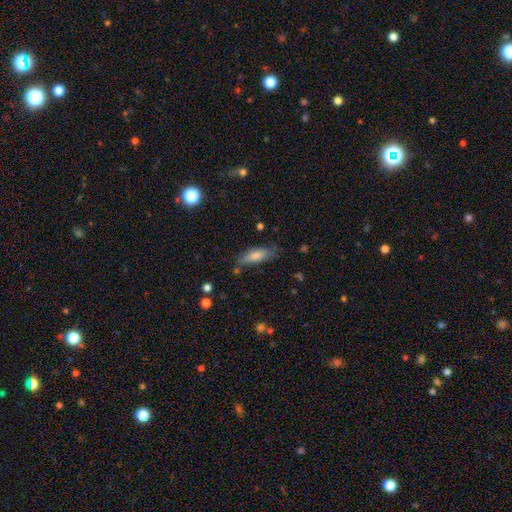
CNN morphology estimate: Overall: smooth (75%). How rounded: in between (59%; cigar-shaped 39%). Merging: none (69%).